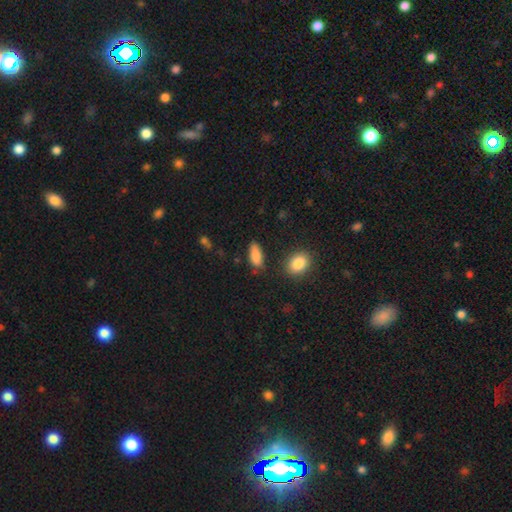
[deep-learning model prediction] This is clearly a smooth galaxy (86%). How rounded: likely in between (80%). Merging: likely none (71%).